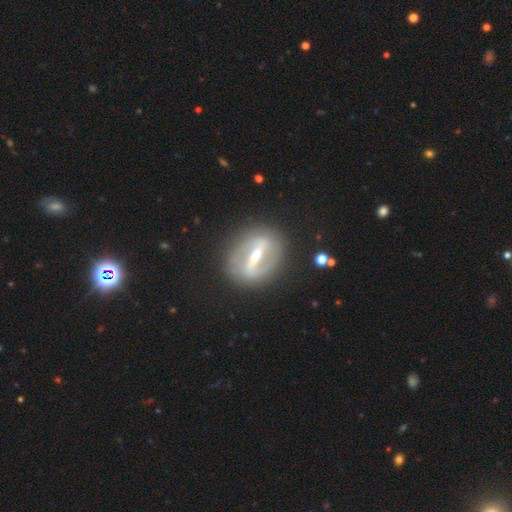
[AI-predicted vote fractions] featured or disk 80%, smooth 14%, star or artifact 6%. Down the decision tree: edge-on disk — no (80%); bar — strong (80%); spiral arms — no (56%); bulge size — moderate (57%); merging — none (83%).